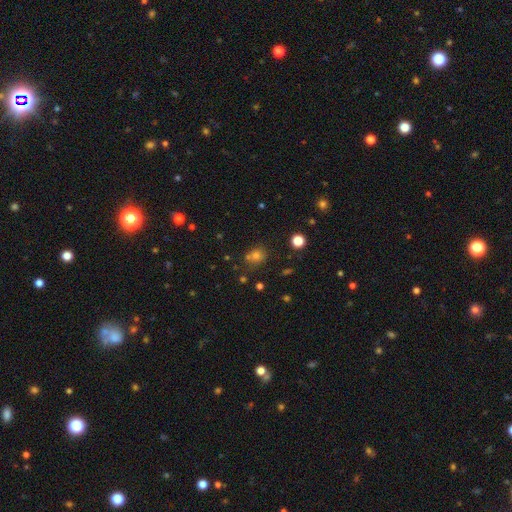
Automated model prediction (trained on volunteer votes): A smooth galaxy with no disk features (70%) that is round (78%).

Vote fractions:
- Smooth or featured? smooth: 70% / star or artifact: 21% / featured or disk: 9%
- How rounded? round: 78% / in between: 21% / cigar-shaped: 1%
- Merging? none: 69% / merger: 16% / minor disturbance: 11% / major disturbance: 4%